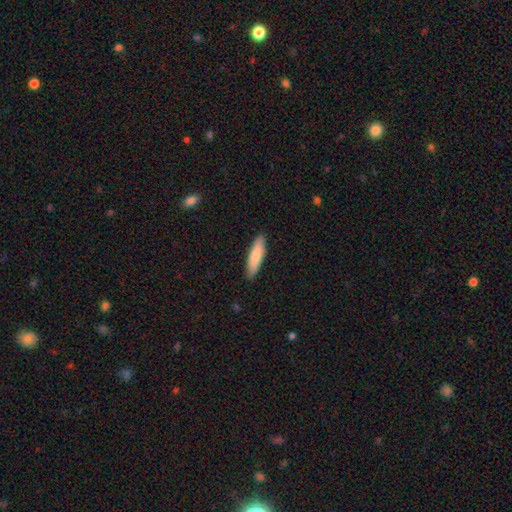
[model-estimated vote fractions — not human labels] Smooth or featured: smooth — 82% (featured or disk — 13%)
How rounded: cigar-shaped — 72% (in between — 27%)
Merging: none — 89% (minor disturbance — 9%)